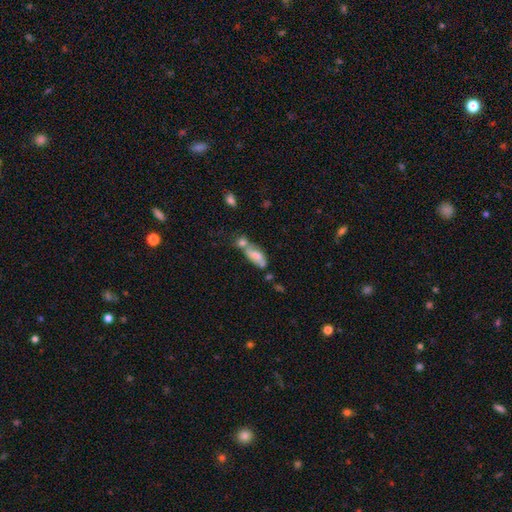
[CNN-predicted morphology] smooth_or_featured: smooth (p=0.62) [alt: featured or disk p=0.30]
how_rounded: in between (p=0.78) [alt: cigar-shaped p=0.18]
merging: merger (p=0.48) [alt: none p=0.29]